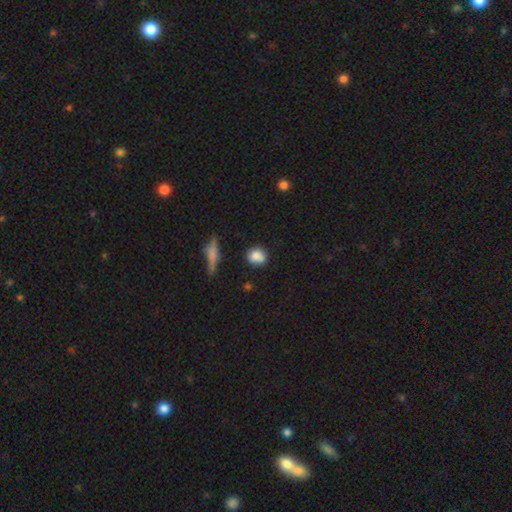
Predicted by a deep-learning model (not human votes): Smooth or featured? smooth (82%)
How rounded? round (67%)
Merging? none (72%)